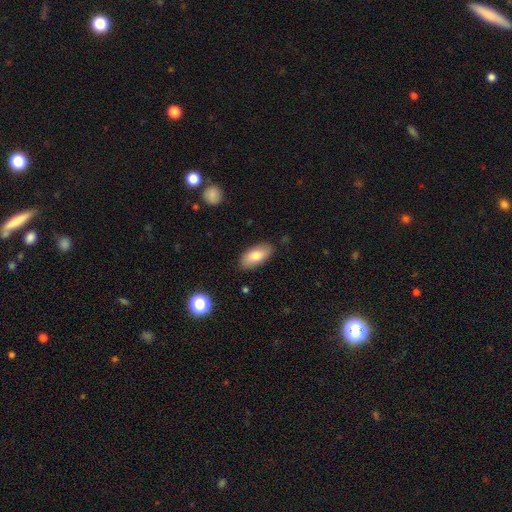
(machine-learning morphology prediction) smooth 80%, featured or disk 14%, star or artifact 6%. Down the decision tree: how rounded — in between (91%); merging — none (85%).